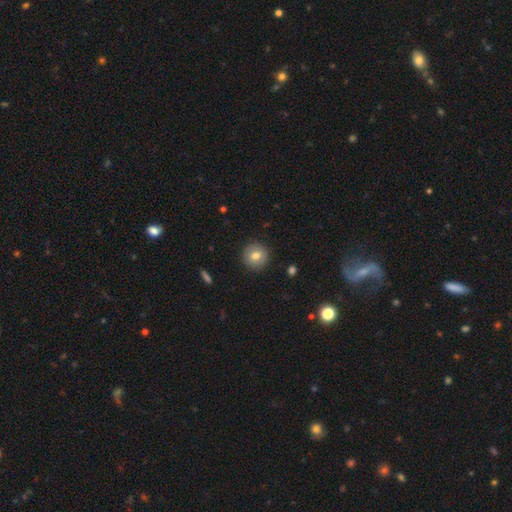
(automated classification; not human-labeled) Overall: smooth (77%). How rounded: round (94%). Merging: none (91%).